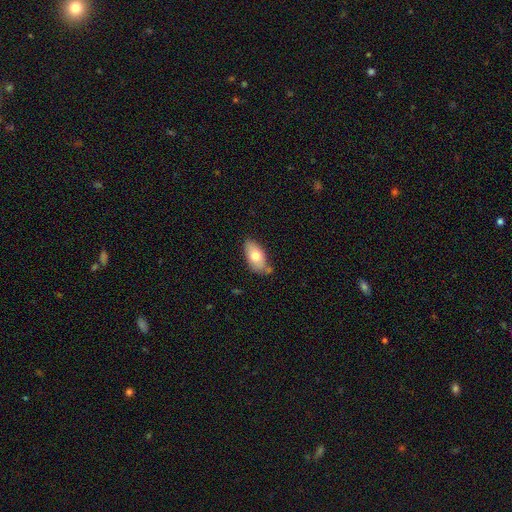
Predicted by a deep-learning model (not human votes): smooth-or-featured: smooth: 73% | featured or disk: 21% | star or artifact: 7%
  how-rounded: in between: 93% | round: 4% | cigar-shaped: 3%
  merging: none: 67% | minor disturbance: 23% | merger: 6% | major disturbance: 4%